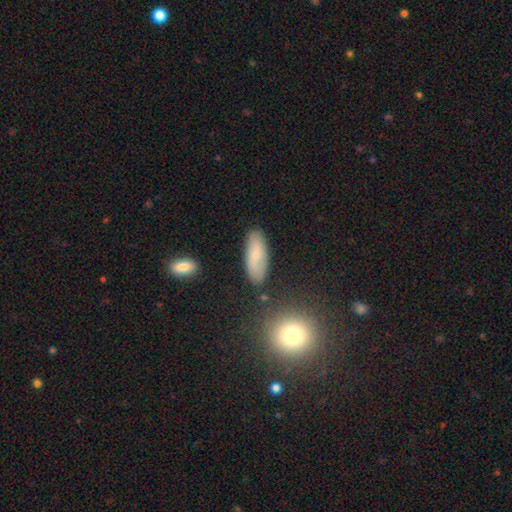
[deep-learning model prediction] smooth-or-featured: smooth: 70% | featured or disk: 23% | star or artifact: 7%
  how-rounded: in between: 74% | cigar-shaped: 23% | round: 3%
  merging: none: 80% | minor disturbance: 13% | merger: 3% | major disturbance: 3%